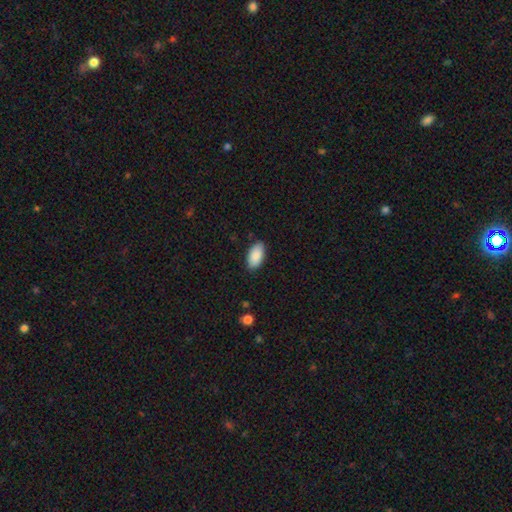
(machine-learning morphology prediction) smooth-or-featured: smooth: 90% | star or artifact: 6% | featured or disk: 4%
  how-rounded: in between: 95% | cigar-shaped: 3% | round: 2%
  merging: none: 86% | minor disturbance: 11% | major disturbance: 2% | merger: 1%